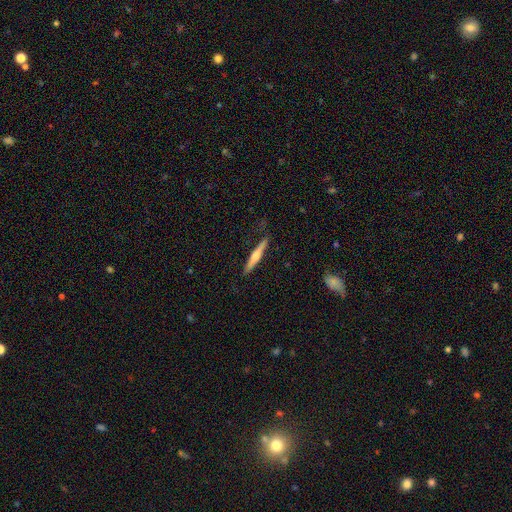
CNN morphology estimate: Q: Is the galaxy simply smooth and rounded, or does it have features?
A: featured or disk — 53%.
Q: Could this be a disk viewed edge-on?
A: yes — 97%.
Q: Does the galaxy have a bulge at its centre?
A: rounded — 75%.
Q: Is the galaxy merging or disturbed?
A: none — 83%.